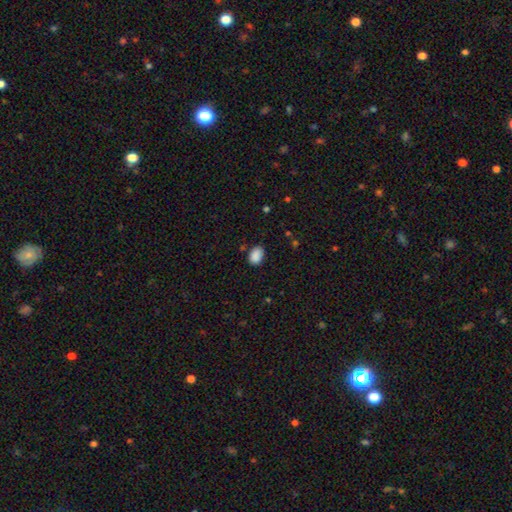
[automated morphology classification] type=smooth (89%); roundness=in between (82%); merging=none (81%).